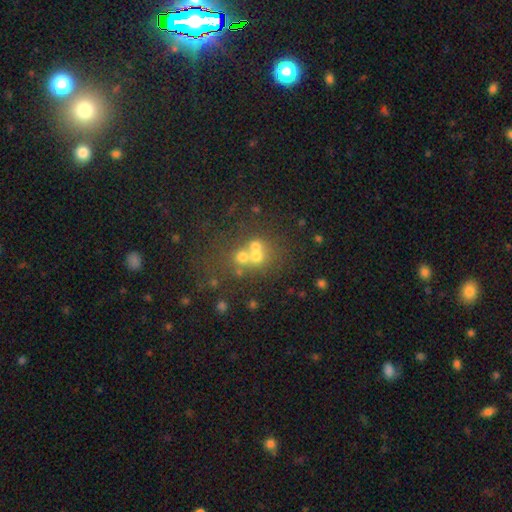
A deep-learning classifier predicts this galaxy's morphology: This appears to be a smooth galaxy with no disk features (51%) that is round (81%). Merging: merger (49%).